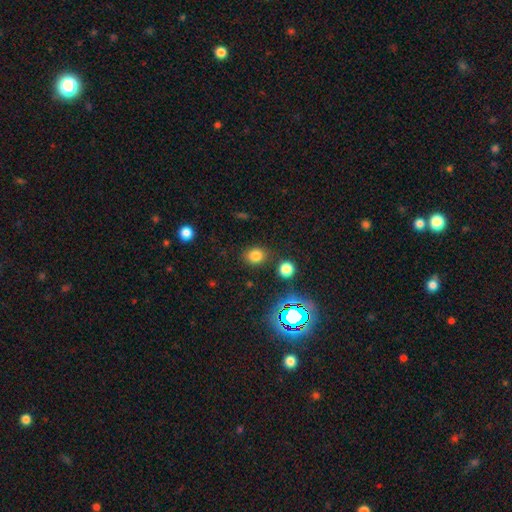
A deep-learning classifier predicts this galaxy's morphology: Smooth or featured: smooth — 76% (star or artifact — 18%)
How rounded: round — 58% (in between — 41%)
Merging: none — 81% (minor disturbance — 11%)